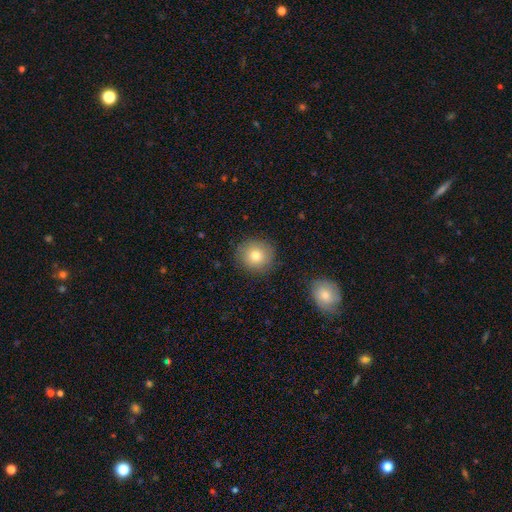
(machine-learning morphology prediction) smooth_or_featured: smooth (p=0.77) [alt: featured or disk p=0.12]
how_rounded: round (p=0.89) [alt: in between p=0.10]
merging: none (p=0.87) [alt: minor disturbance p=0.09]